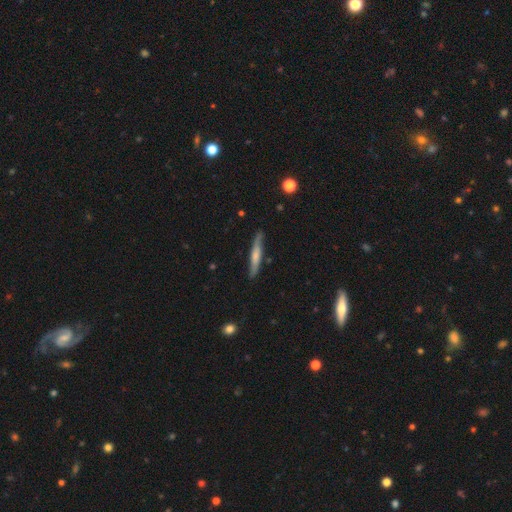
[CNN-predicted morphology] Smooth or featured? smooth (48%)
Merging? none (81%)